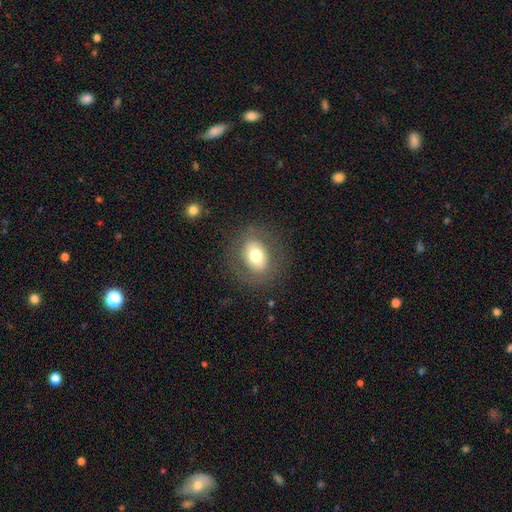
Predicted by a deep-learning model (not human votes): smooth-or-featured: smooth: 65% | featured or disk: 25% | star or artifact: 10%
  how-rounded: round: 53% | in between: 46% | cigar-shaped: 1%
  merging: none: 81% | minor disturbance: 11% | major disturbance: 7% | merger: 1%